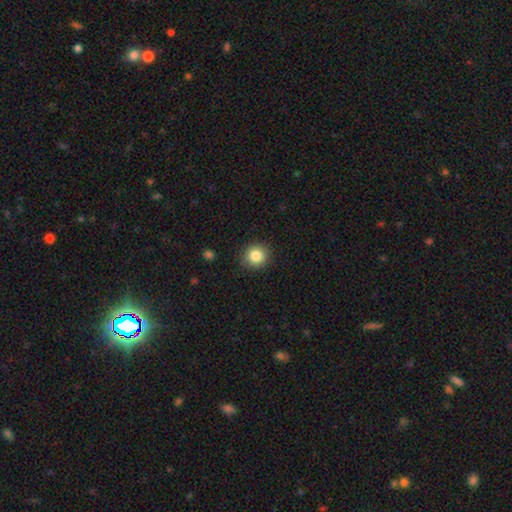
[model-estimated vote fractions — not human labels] This is clearly a smooth galaxy (84%). How rounded: clearly round (90%). Merging: clearly none (90%).